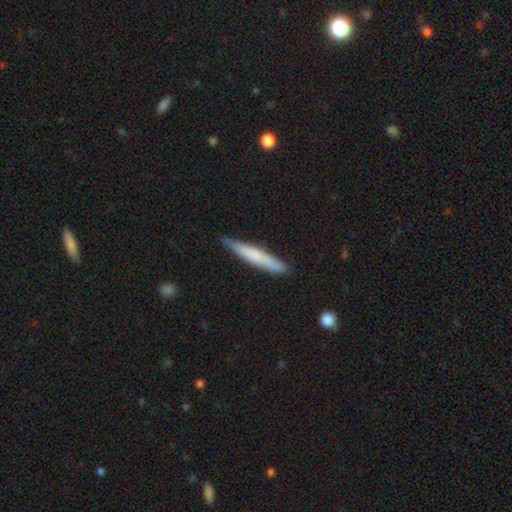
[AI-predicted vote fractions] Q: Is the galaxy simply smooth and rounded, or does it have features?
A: smooth — 64%.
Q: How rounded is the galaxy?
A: cigar-shaped — 94%.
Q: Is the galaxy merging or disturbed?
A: none — 82%.